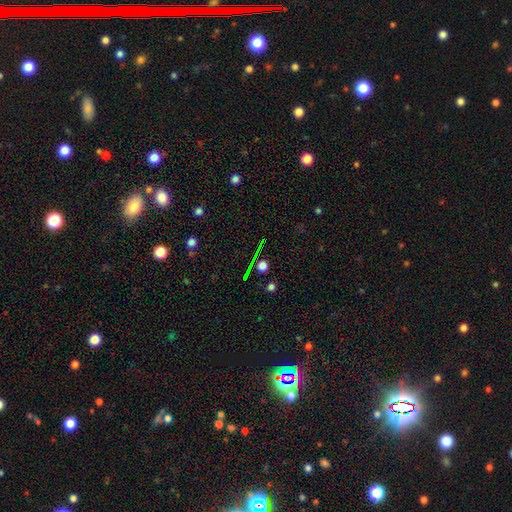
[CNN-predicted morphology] smooth_or_featured: star or artifact (p=0.69) [alt: smooth p=0.18]